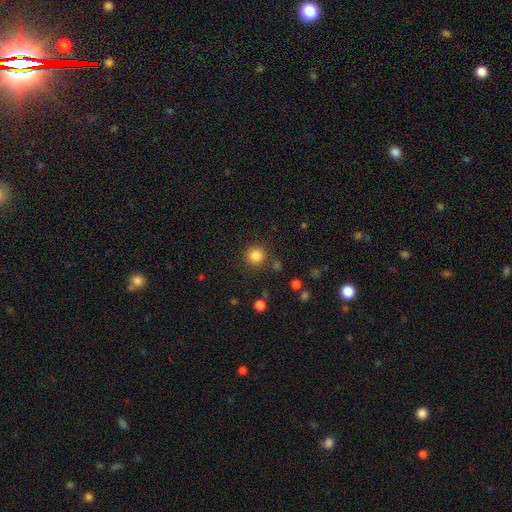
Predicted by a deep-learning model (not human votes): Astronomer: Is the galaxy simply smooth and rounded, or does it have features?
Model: smooth — 84%.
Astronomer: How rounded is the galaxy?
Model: round — 93%.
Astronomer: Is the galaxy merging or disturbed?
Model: none — 86%.